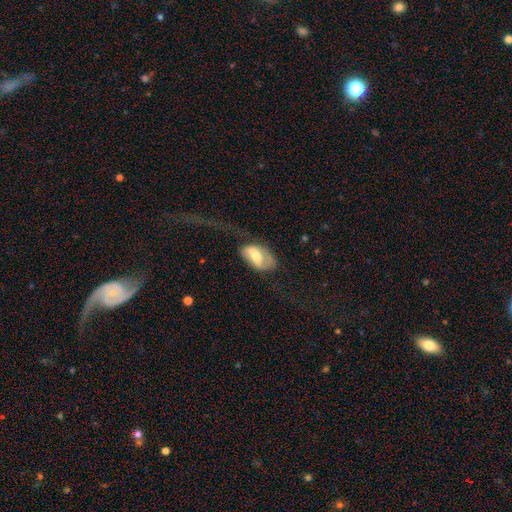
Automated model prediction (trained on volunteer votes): This appears to be a featured or disk galaxy (47%, tied with smooth). Merging: none (41%).